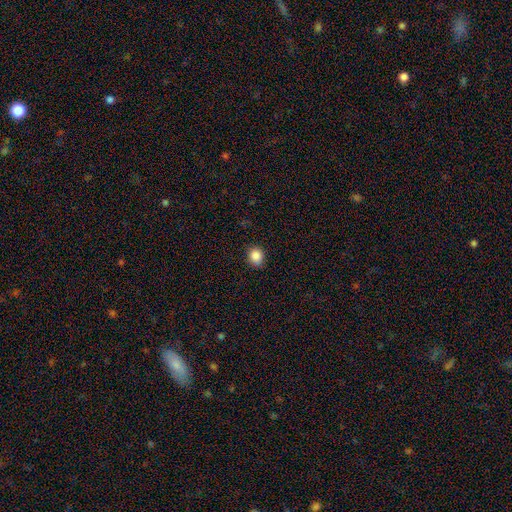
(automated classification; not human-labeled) This appears to be a smooth galaxy with no disk features (87%) that is round (66%). Merging: none (88%).